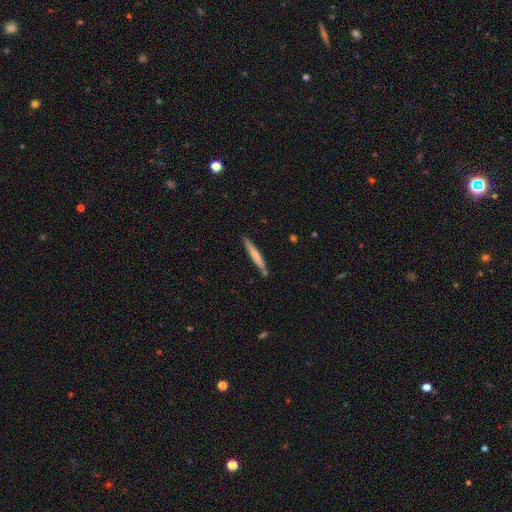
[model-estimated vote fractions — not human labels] Overall: smooth (62%; featured or disk 33%). How rounded: cigar-shaped (95%). Merging: none (81%).